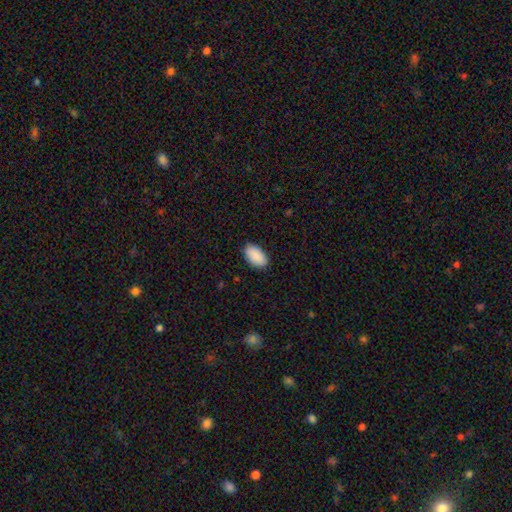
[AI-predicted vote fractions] smooth_or_featured: smooth (p=0.91) [alt: star or artifact p=0.06]
how_rounded: in between (p=0.95) [alt: round p=0.03]
merging: none (p=0.88) [alt: minor disturbance p=0.10]